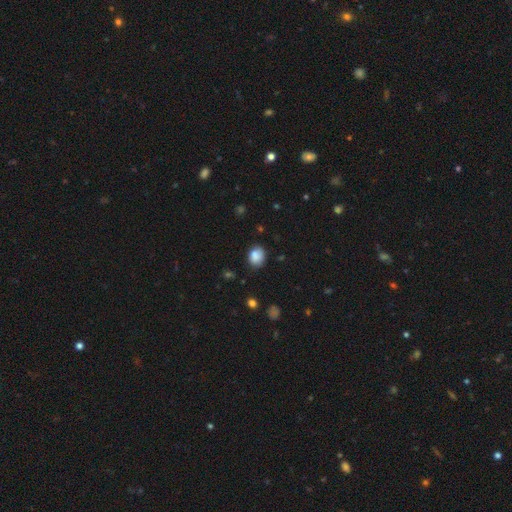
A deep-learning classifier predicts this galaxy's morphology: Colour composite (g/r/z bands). It shows a smooth galaxy with no disk features (84%) that is in between round and cigar-shaped (51%). Merging: none (69%).